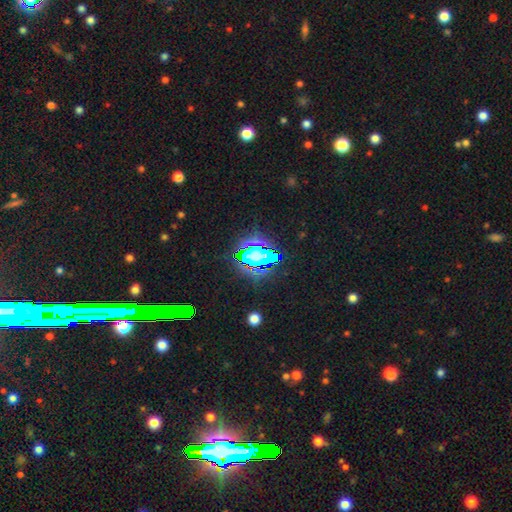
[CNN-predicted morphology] Smooth or featured? star or artifact (63%)